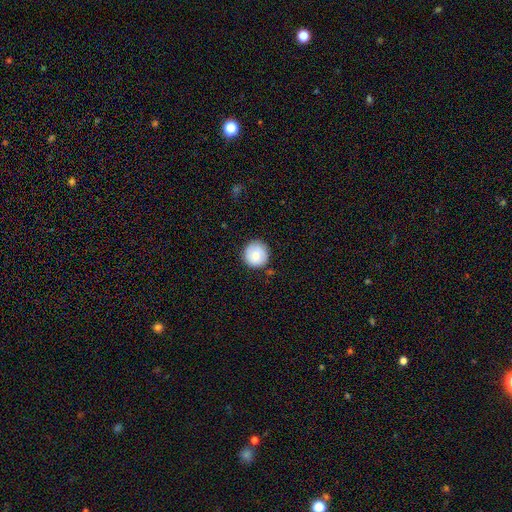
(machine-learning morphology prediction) Overall: smooth (77%). How rounded: round (95%). Merging: none (87%).